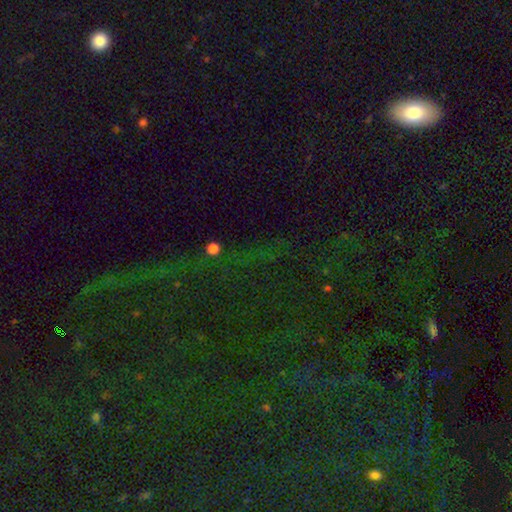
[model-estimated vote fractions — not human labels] Smooth or featured: star or artifact — 67% (smooth — 21%)